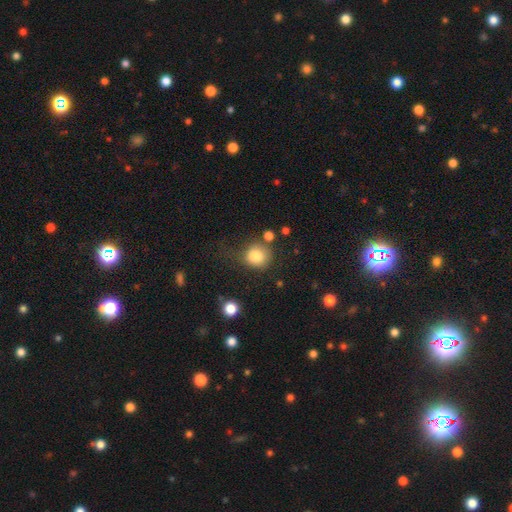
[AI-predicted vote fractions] smooth-or-featured: smooth: 84% | star or artifact: 10% | featured or disk: 7%
  how-rounded: round: 85% | in between: 14% | cigar-shaped: 1%
  merging: none: 62% | minor disturbance: 20% | major disturbance: 11% | merger: 7%